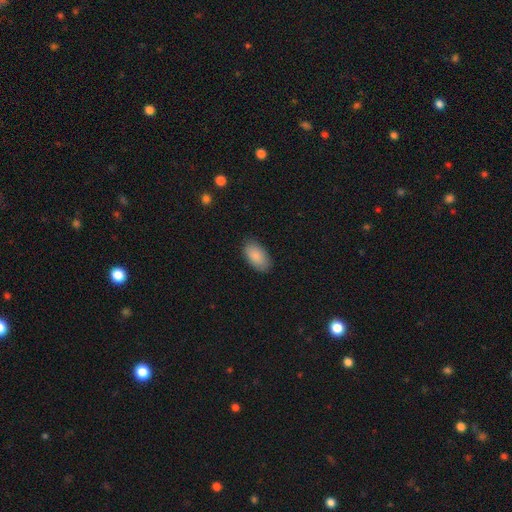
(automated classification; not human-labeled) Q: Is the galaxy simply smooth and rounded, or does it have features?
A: smooth — 88%.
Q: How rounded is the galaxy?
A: in between — 95%.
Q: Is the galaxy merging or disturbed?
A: none — 85%.